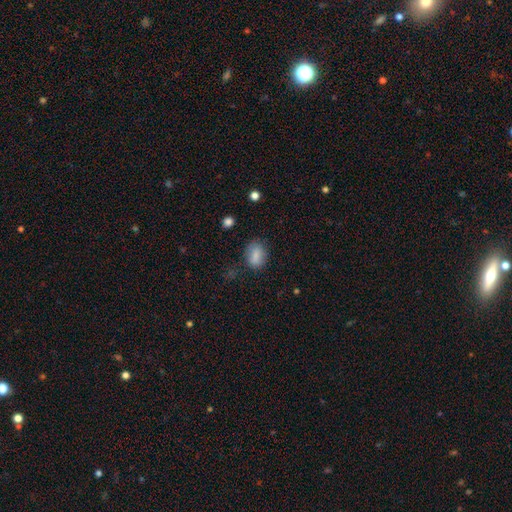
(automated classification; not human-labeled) Smooth or featured?
  - smooth: 83% *
  - star or artifact: 9%
  - featured or disk: 8%
How rounded?
  - in between: 73% *
  - round: 26%
  - cigar-shaped: 2%
Merging?
  - none: 73% *
  - minor disturbance: 19%
  - major disturbance: 6%
  - merger: 2%